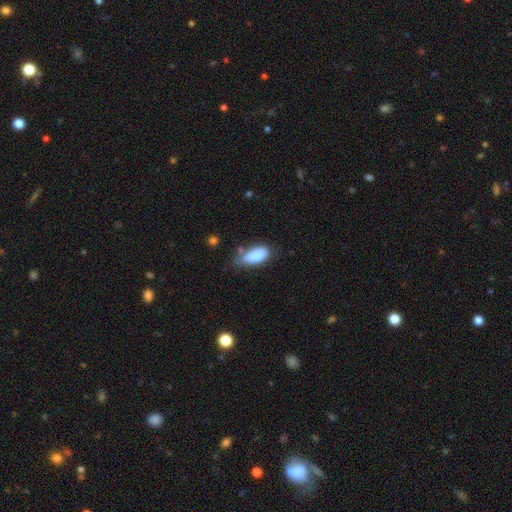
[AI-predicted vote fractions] smooth_or_featured: smooth (p=0.84) [alt: featured or disk p=0.09]
how_rounded: in between (p=0.90) [alt: cigar-shaped p=0.08]
merging: none (p=0.44) [alt: minor disturbance p=0.37]